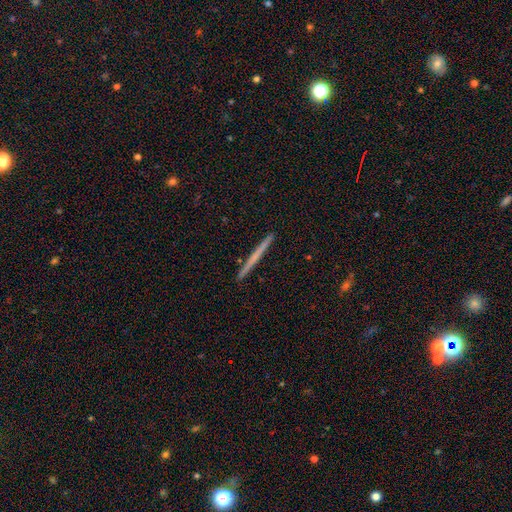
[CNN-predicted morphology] Q: Smooth or featured?
A: featured or disk (50%); runner-up: smooth (44%)
Q: Edge-on disk?
A: yes (98%); runner-up: no (2%)
Q: Merging?
A: none (93%); runner-up: minor disturbance (5%)